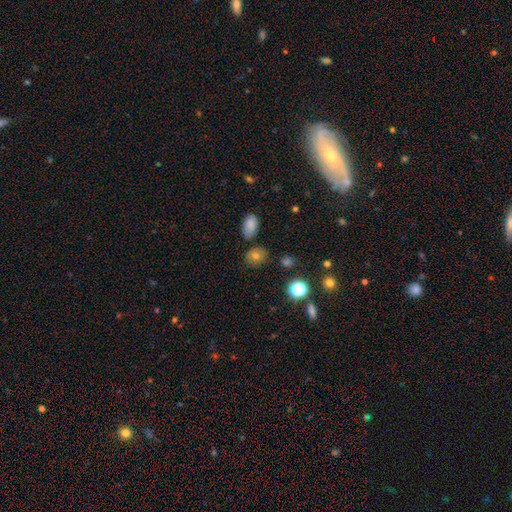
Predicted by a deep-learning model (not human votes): smooth-or-featured: smooth: 72% | star or artifact: 18% | featured or disk: 10%
  how-rounded: round: 58% | in between: 40% | cigar-shaped: 1%
  merging: none: 77% | minor disturbance: 13% | merger: 5% | major disturbance: 4%